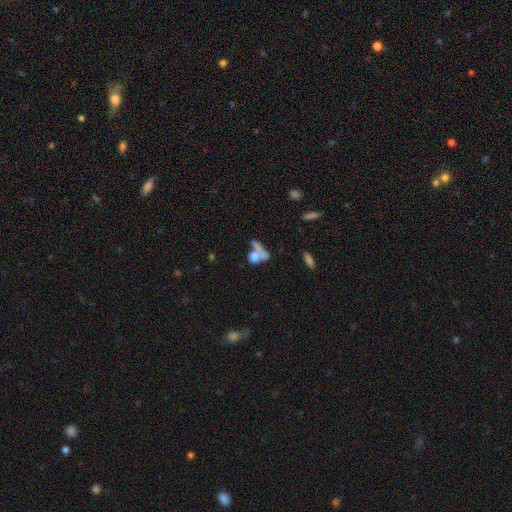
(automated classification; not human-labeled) Smooth or featured? Predicted: smooth (p=0.66). How rounded? Predicted: in between (p=0.54). Merging? Predicted: merger (p=0.54).